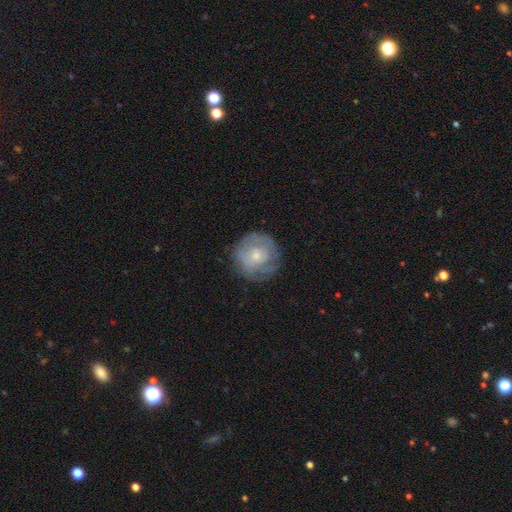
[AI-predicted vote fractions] Overall: featured or disk (58%; smooth 35%). Edge-on disk: no (97%). Bar: no (83%). Spiral arms: yes (71%). Bulge size: small (66%; moderate 29%). Merging: none (74%).